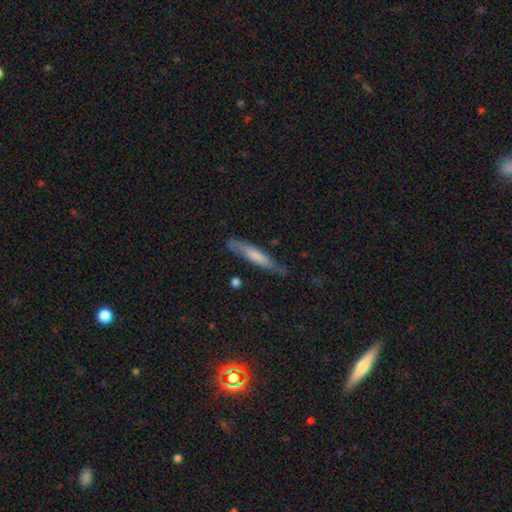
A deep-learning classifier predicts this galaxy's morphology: This appears to be a smooth galaxy with no disk features (65%) that is cigar-shaped (90%). Merging: none (72%).